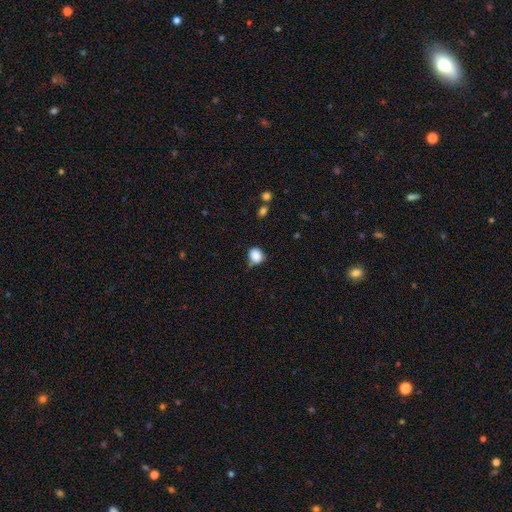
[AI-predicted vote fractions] Smooth or featured? smooth (86%)
How rounded? round (66%)
Merging? none (59%)